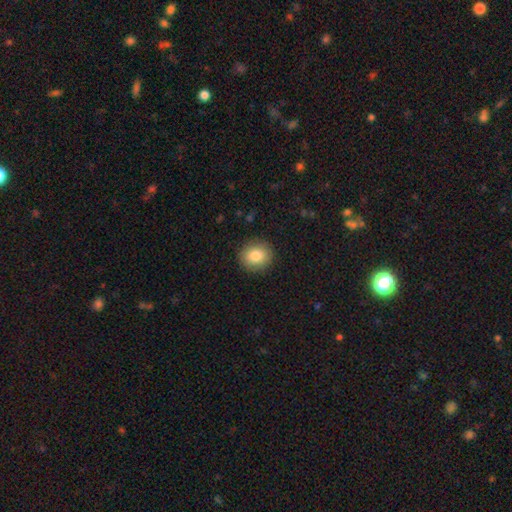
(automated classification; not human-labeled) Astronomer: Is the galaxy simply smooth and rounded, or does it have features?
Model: smooth — 83%.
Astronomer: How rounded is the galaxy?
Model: round — 84%.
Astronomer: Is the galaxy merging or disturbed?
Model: none — 90%.